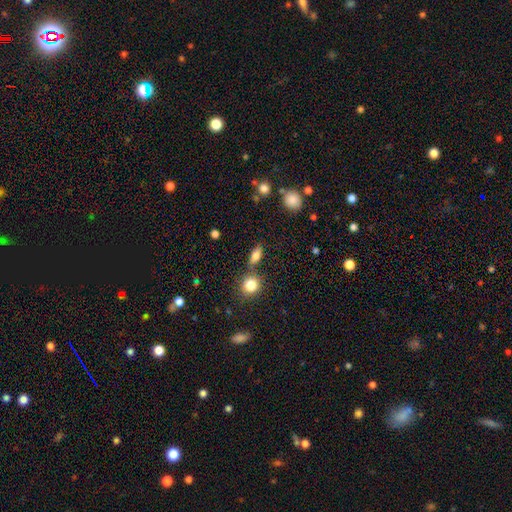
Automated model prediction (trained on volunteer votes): Smooth or featured? Predicted: smooth (p=0.75). How rounded? Predicted: in between (p=0.70). Merging? Predicted: none (p=0.72).